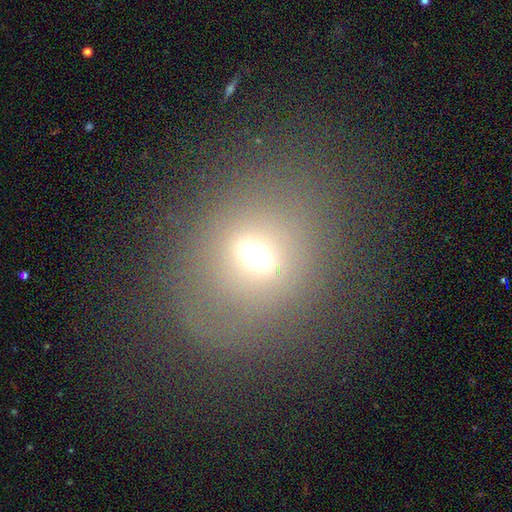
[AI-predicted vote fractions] smooth_or_featured: smooth (p=0.54) [alt: star or artifact p=0.25]
how_rounded: round (p=0.50) [alt: in between p=0.47]
merging: none (p=0.72) [alt: minor disturbance p=0.13]